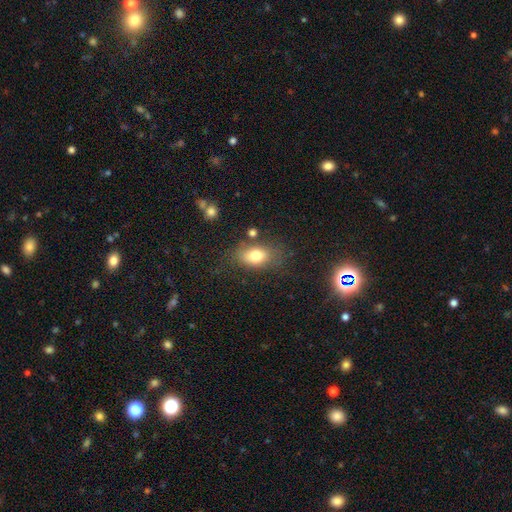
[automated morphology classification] Smooth or featured? Predicted: smooth (p=0.78). How rounded? Predicted: in between (p=0.82). Merging? Predicted: none (p=0.66).